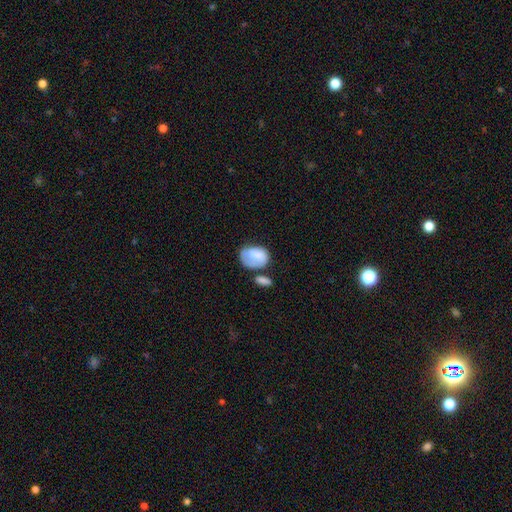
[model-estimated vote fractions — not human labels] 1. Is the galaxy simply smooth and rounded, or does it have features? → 70% smooth, 22% featured or disk, 8% star or artifact.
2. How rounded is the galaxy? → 71% in between, 28% round, 1% cigar-shaped.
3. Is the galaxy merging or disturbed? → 33% none, 26% minor disturbance, 21% major disturbance, 20% merger.